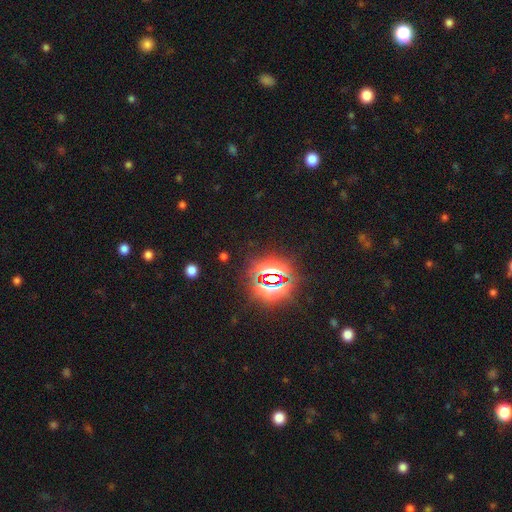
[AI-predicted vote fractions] star or artifact 83%, smooth 10%, featured or disk 6%.